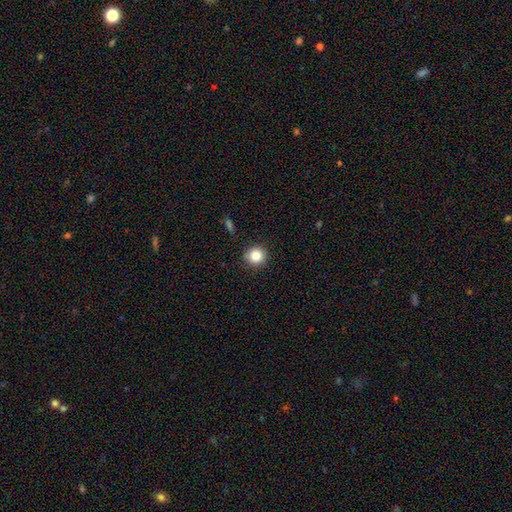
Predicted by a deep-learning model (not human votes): Smooth or featured? smooth (85%)
How rounded? round (92%)
Merging? none (88%)